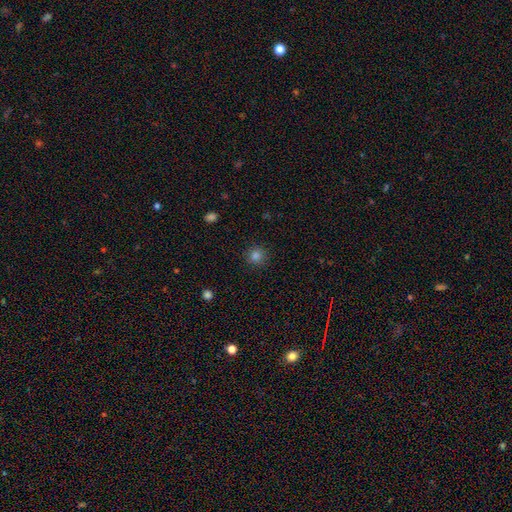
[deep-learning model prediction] This is clearly a smooth galaxy (84%). How rounded: clearly round (93%). Merging: clearly none (90%).